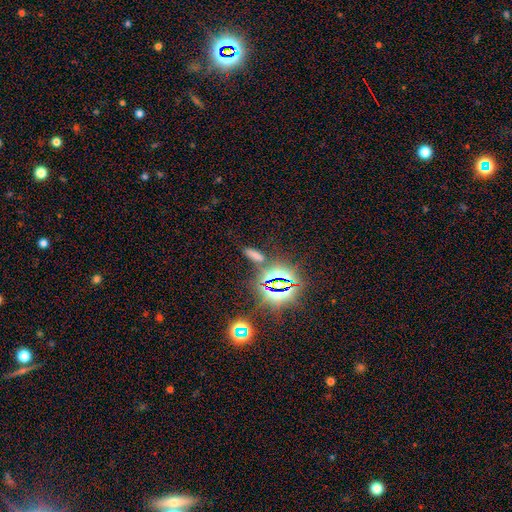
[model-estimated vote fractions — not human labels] Q: Smooth or featured?
A: smooth (52%); runner-up: star or artifact (40%)
Q: How rounded?
A: in between (48%); runner-up: cigar-shaped (47%)
Q: Merging?
A: none (77%); runner-up: minor disturbance (10%)